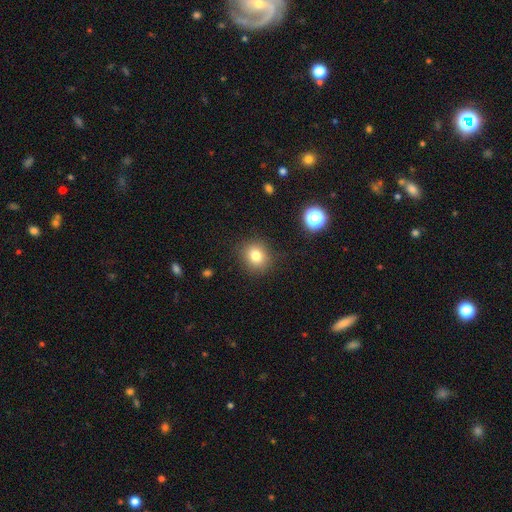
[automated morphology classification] smooth_or_featured: smooth (p=0.80) [alt: star or artifact p=0.13]
how_rounded: round (p=0.81) [alt: in between p=0.18]
merging: none (p=0.88) [alt: minor disturbance p=0.08]